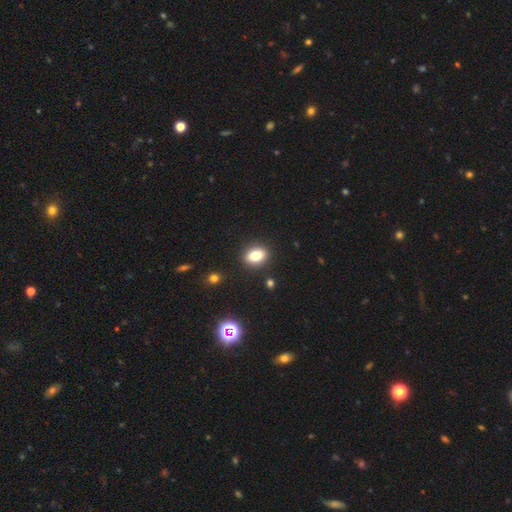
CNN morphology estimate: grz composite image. It shows a smooth galaxy with no disk features (78%) that is in between round and cigar-shaped (60%). Merging: none (88%).